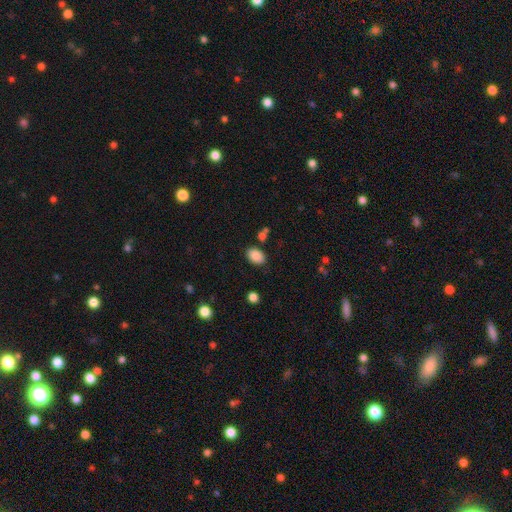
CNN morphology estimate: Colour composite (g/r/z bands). It shows a smooth galaxy with no disk features (88%) that is in between round and cigar-shaped (83%). Merging: none (81%).